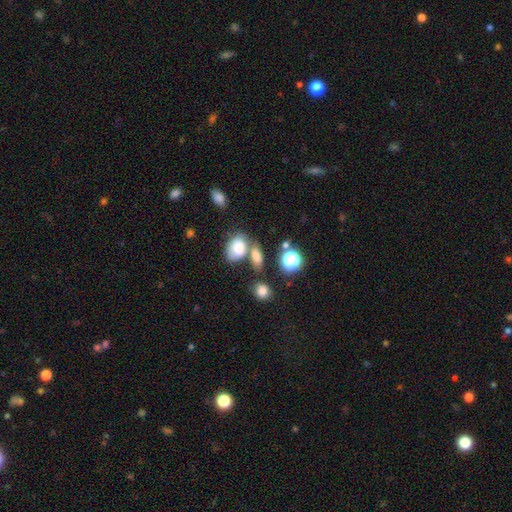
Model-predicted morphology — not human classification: Smooth or featured?
  - smooth: 73% *
  - star or artifact: 16%
  - featured or disk: 12%
How rounded?
  - in between: 73% *
  - round: 25%
  - cigar-shaped: 2%
Merging?
  - none: 45% *
  - merger: 33%
  - minor disturbance: 15%
  - major disturbance: 7%